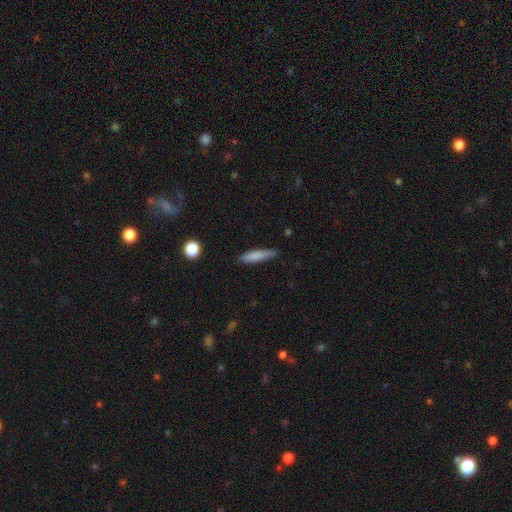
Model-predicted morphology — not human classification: type=smooth (81%); roundness=cigar-shaped (78%); merging=none (77%).